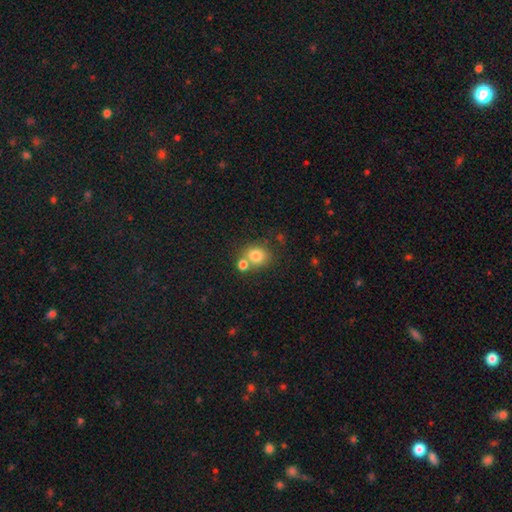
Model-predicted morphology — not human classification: Smooth or featured? smooth (80%)
How rounded? round (74%)
Merging? none (57%)